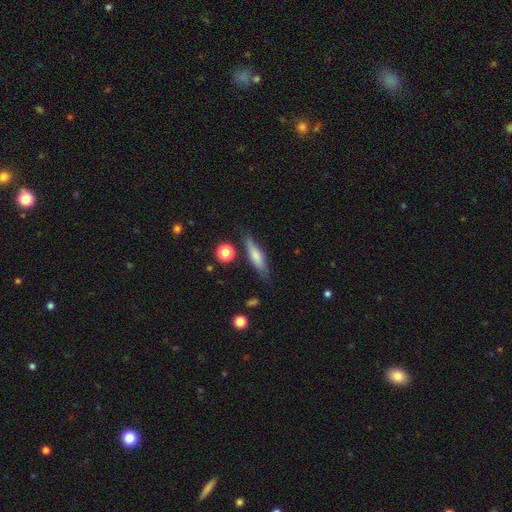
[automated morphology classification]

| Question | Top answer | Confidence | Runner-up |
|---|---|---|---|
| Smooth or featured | smooth | 66% | featured or disk (27%) |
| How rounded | cigar-shaped | 75% | in between (23%) |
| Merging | none | 77% | minor disturbance (16%) |